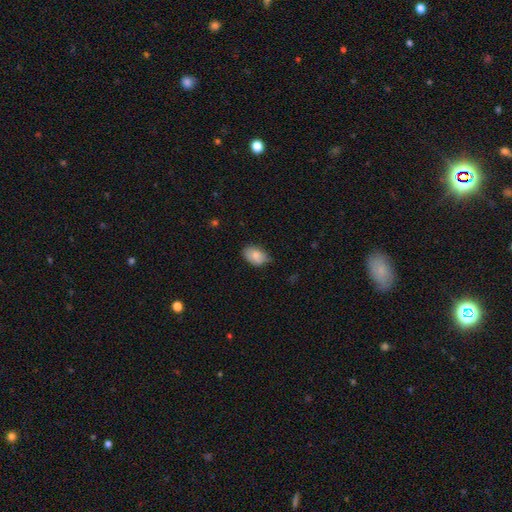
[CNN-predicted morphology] This is clearly a smooth galaxy (83%). How rounded: clearly in between (88%). Merging: likely none (68%).